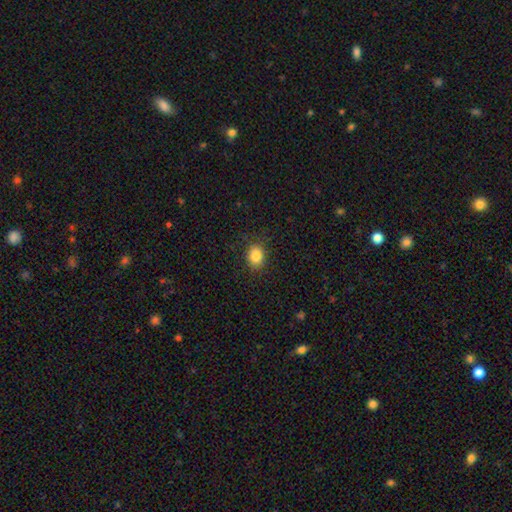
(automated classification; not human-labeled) This appears to be a smooth galaxy with no disk features (85%) that is in between round and cigar-shaped (54%). Merging: none (86%).